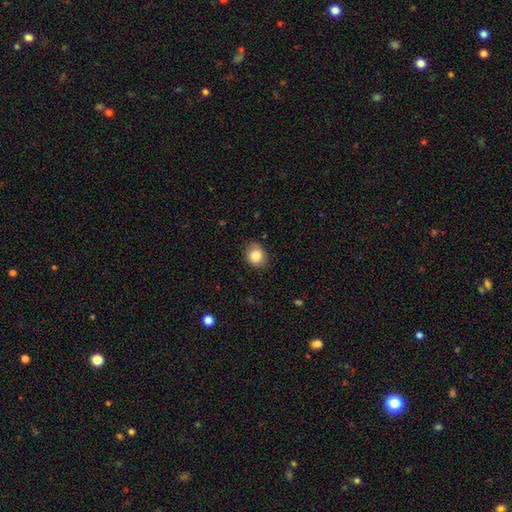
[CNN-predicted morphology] This is clearly a smooth galaxy (85%). How rounded: likely round (67%). Merging: clearly none (82%).